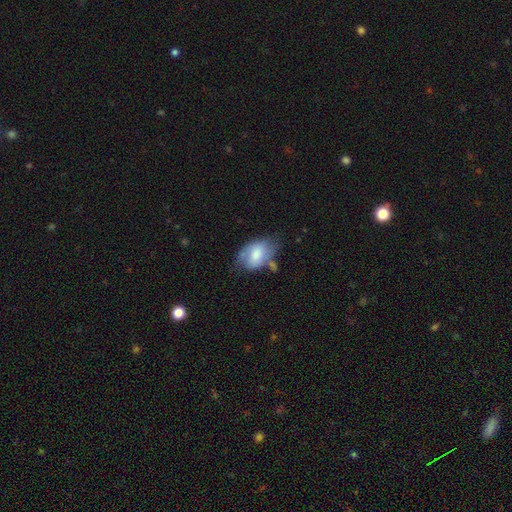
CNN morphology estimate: smooth-or-featured: smooth: 65% | featured or disk: 28% | star or artifact: 7%
  how-rounded: in between: 86% | round: 12% | cigar-shaped: 1%
  merging: none: 40% | minor disturbance: 33% | major disturbance: 15% | merger: 12%